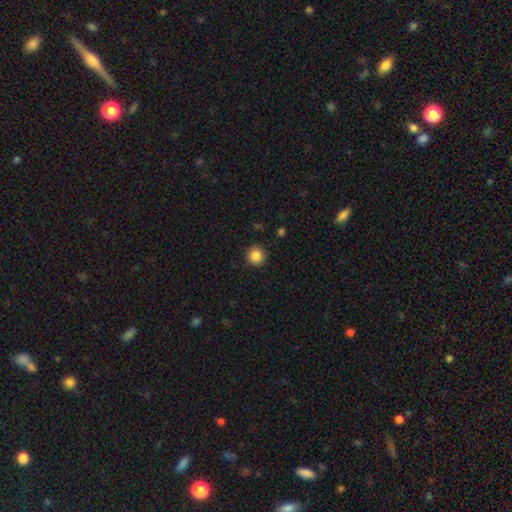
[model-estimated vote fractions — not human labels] Morphology: type=smooth (86%); roundness=round (95%); merging=none (91%).